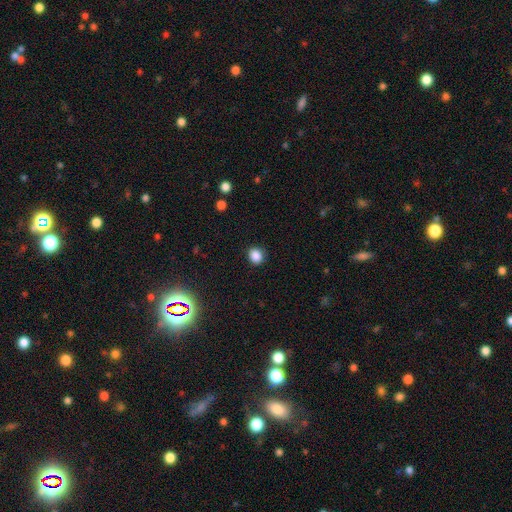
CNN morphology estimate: Q: Smooth or featured?
A: smooth (86%); runner-up: star or artifact (11%)
Q: How rounded?
A: round (74%); runner-up: in between (25%)
Q: Merging?
A: none (89%); runner-up: minor disturbance (8%)